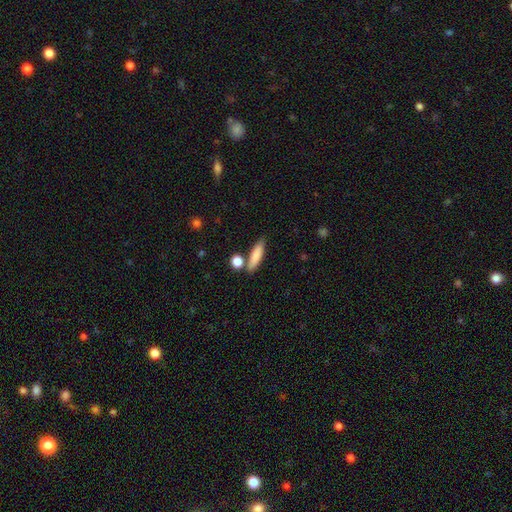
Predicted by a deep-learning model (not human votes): Overall: smooth (82%). How rounded: cigar-shaped (64%; in between 32%). Merging: none (73%).